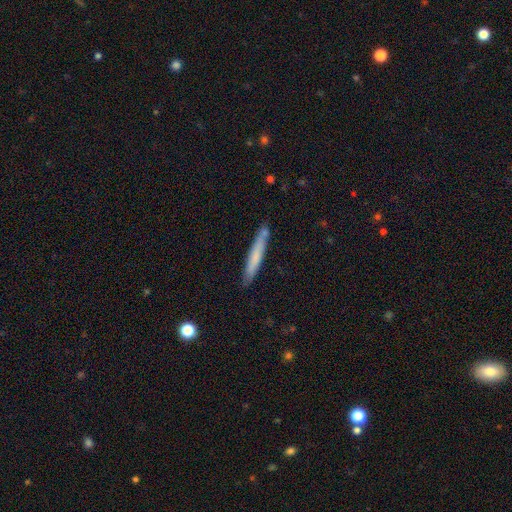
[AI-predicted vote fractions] Smooth or featured?
  - smooth: 66% *
  - featured or disk: 28%
  - star or artifact: 6%
How rounded?
  - cigar-shaped: 95% *
  - in between: 3%
  - round: 1%
Merging?
  - none: 84% *
  - minor disturbance: 11%
  - merger: 3%
  - major disturbance: 2%